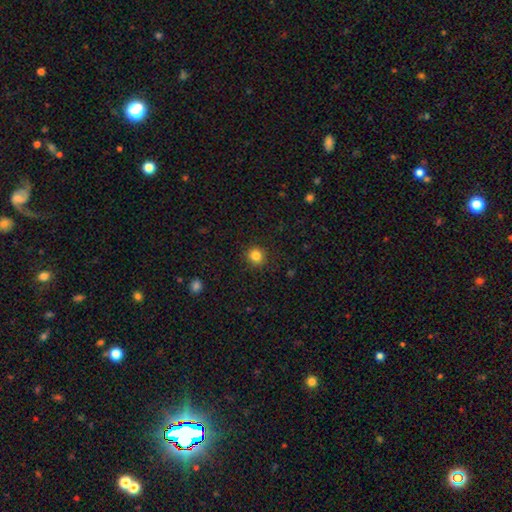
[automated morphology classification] Overall: smooth (84%). How rounded: round (92%). Merging: none (91%).